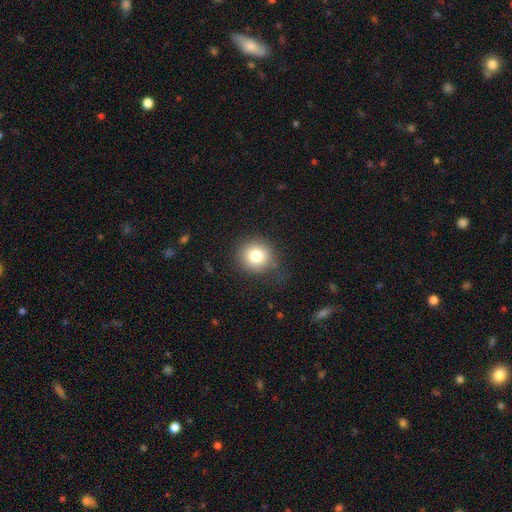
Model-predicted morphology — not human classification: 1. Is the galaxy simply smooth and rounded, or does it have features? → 79% smooth, 11% star or artifact, 10% featured or disk.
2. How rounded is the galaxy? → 89% round, 10% in between, 1% cigar-shaped.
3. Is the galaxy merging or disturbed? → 80% none, 14% minor disturbance, 5% major disturbance, 1% merger.